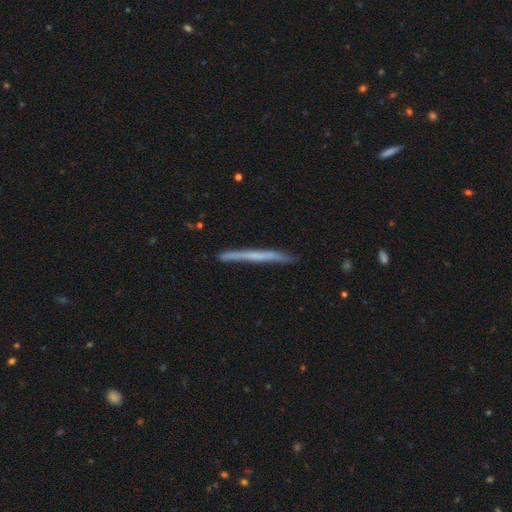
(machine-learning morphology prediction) This is possibly a featured or disk galaxy (51%). It is clearly viewed edge-on (97%). Merging: clearly none (89%).